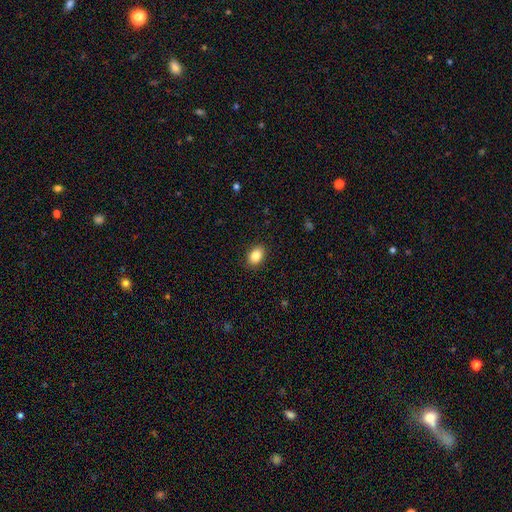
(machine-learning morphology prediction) smooth_or_featured: smooth (p=0.85) [alt: star or artifact p=0.08]
how_rounded: in between (p=0.77) [alt: round p=0.22]
merging: none (p=0.89) [alt: minor disturbance p=0.08]